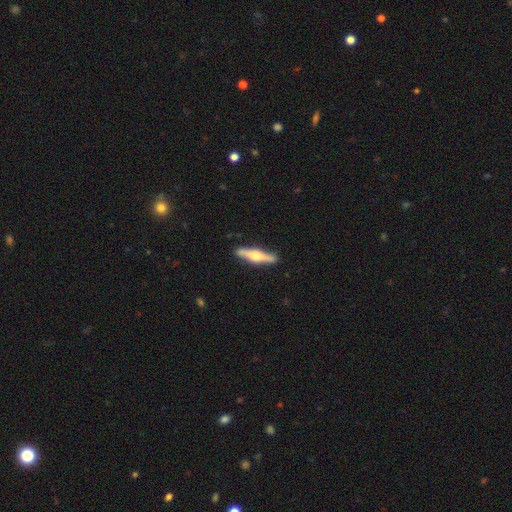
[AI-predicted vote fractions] smooth_or_featured: featured or disk (p=0.64) [alt: smooth p=0.31]
disk_edge_on: yes (p=0.96) [alt: no p=0.04]
edge_on_bulge: rounded (p=0.92) [alt: boxy p=0.06]
merging: none (p=0.89) [alt: minor disturbance p=0.08]